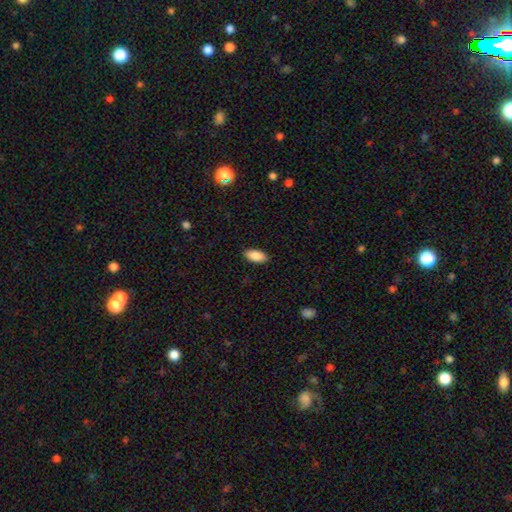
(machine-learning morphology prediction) smooth 89%, star or artifact 7%, featured or disk 4%. Down the decision tree: how rounded — in between (92%); merging — none (88%).